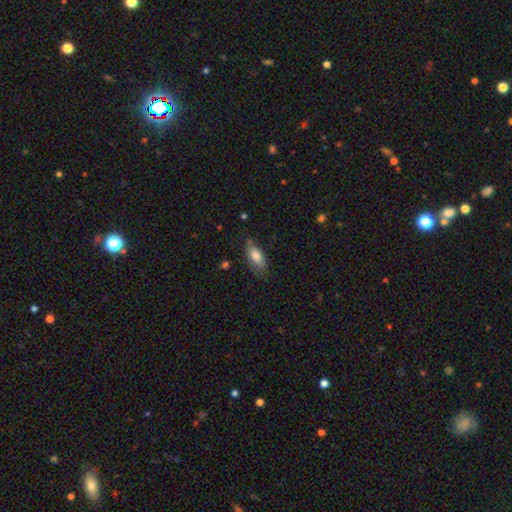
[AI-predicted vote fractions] A smooth galaxy with no disk features (80%) that is in between round and cigar-shaped (89%).

Vote fractions:
- Smooth or featured? smooth: 80% / featured or disk: 13% / star or artifact: 7%
- How rounded? in between: 89% / cigar-shaped: 8% / round: 3%
- Merging? none: 62% / minor disturbance: 28% / major disturbance: 7% / merger: 3%